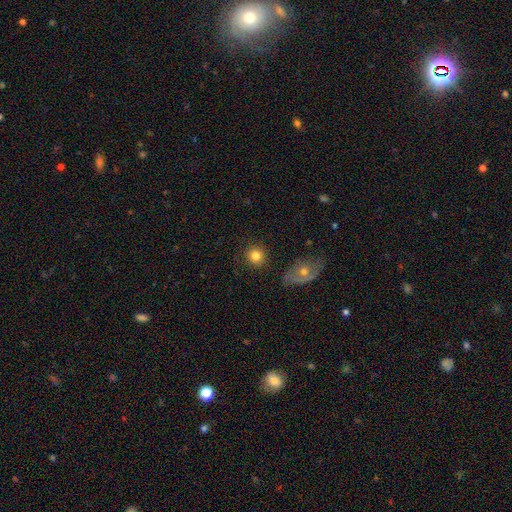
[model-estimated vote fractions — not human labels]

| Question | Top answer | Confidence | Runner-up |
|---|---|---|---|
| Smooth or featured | smooth | 81% | star or artifact (10%) |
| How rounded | round | 92% | in between (7%) |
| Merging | none | 88% | minor disturbance (7%) |